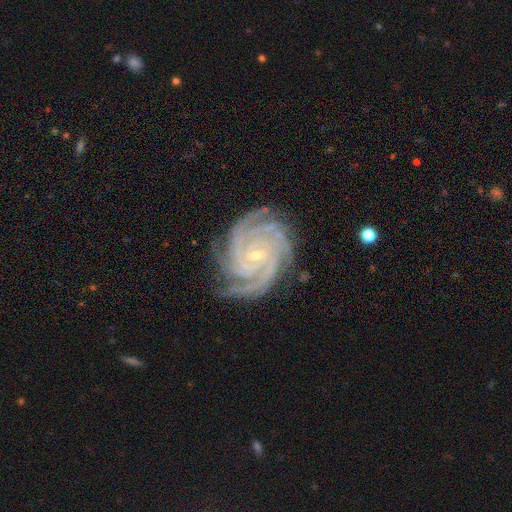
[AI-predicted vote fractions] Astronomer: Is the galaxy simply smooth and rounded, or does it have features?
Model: featured or disk — 92%.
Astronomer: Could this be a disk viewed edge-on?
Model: no — 98%.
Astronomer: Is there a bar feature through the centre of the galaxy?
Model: no — 55%.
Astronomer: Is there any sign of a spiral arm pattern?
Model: yes — 99%.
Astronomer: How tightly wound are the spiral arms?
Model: tight — 80%.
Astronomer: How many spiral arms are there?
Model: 4 — 42% (runner-up: 3, 17%).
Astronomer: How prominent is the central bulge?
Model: small — 83%.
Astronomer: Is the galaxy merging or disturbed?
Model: none — 79%.